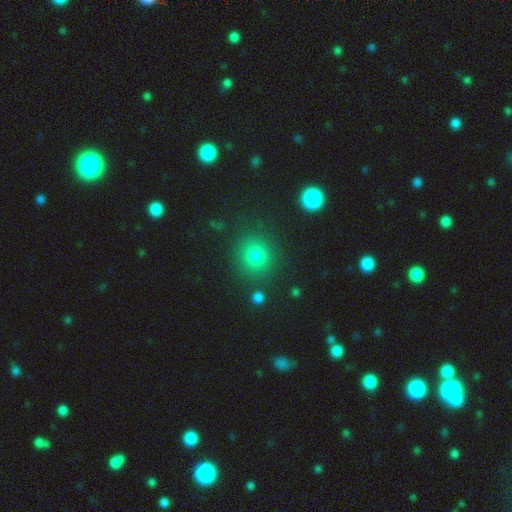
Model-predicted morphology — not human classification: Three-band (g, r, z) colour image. It shows a smooth galaxy with no disk features (78%) that is round (89%). Merging: none (85%).